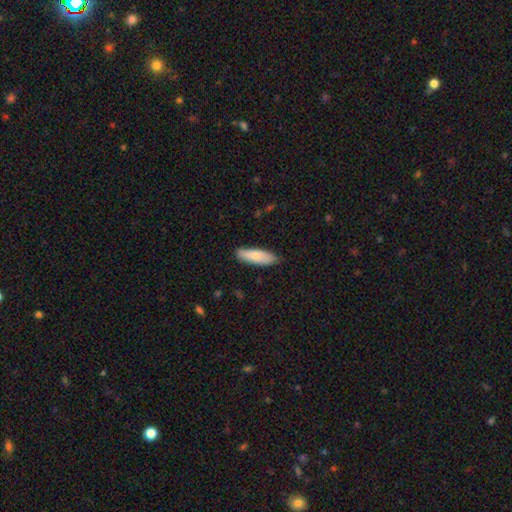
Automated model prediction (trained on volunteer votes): Morphology: type=smooth (74%); roundness=in between (55%); merging=none (80%).